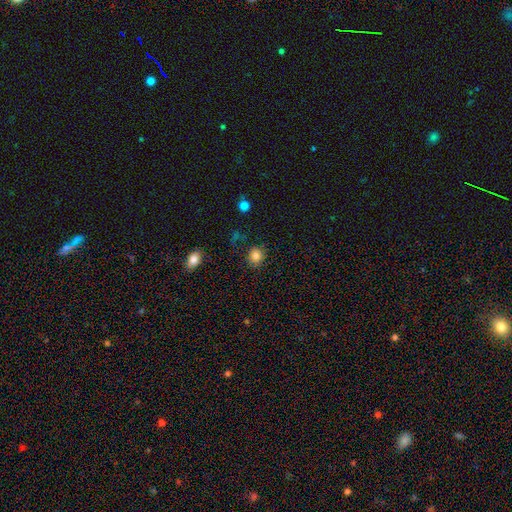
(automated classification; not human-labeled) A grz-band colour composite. It shows a smooth galaxy with no disk features (84%) that is round (80%). Merging: none (84%).